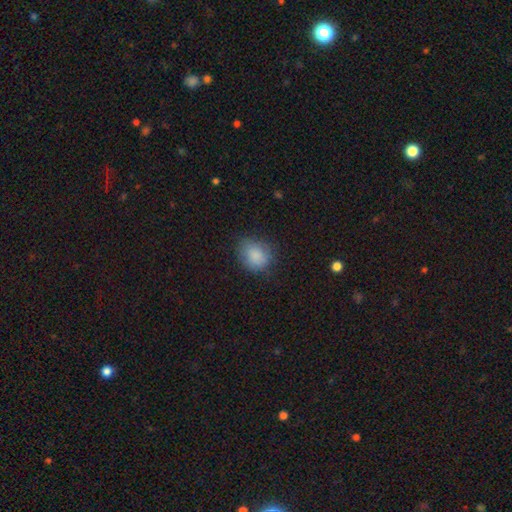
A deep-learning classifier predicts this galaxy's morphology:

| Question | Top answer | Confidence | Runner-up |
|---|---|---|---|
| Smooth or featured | smooth | 85% | star or artifact (8%) |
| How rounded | round | 63% | in between (36%) |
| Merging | none | 72% | minor disturbance (20%) |